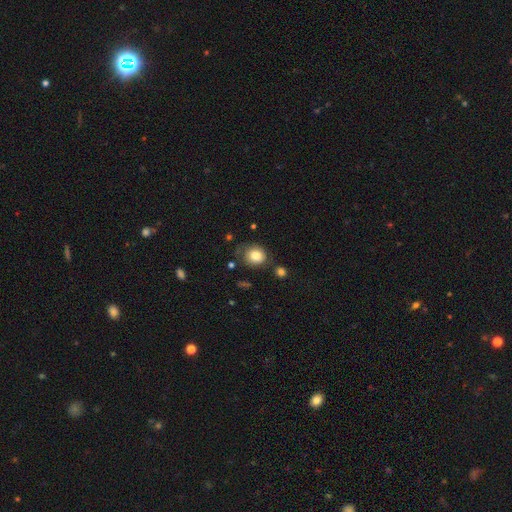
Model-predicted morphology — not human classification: Smooth or featured?
  - smooth: 81% *
  - featured or disk: 10%
  - star or artifact: 9%
How rounded?
  - round: 73% *
  - in between: 26%
  - cigar-shaped: 1%
Merging?
  - none: 64% *
  - minor disturbance: 23%
  - major disturbance: 8%
  - merger: 5%